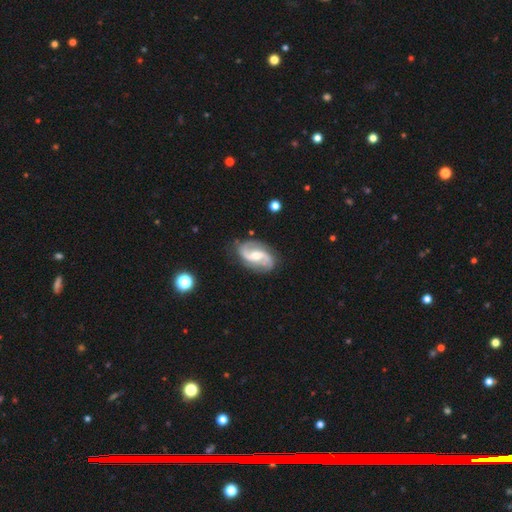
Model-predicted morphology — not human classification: The model was most divided on "spiral winding": medium: 47%, loose: 38%, tight: 15%. Remaining: edge-on disk — no (98%); spiral arms — yes (97%); spiral arm count — 2 (92%); smooth or featured — featured or disk (89%); merging — none (81%); bulge size — moderate (63%); bar — weak (49%).